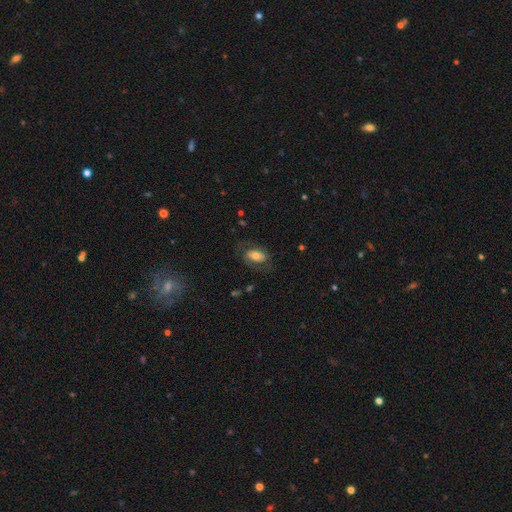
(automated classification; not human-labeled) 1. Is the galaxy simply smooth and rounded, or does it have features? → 57% smooth, 35% featured or disk, 8% star or artifact.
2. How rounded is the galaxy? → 88% in between, 10% round, 2% cigar-shaped.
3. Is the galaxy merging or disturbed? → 65% none, 18% minor disturbance, 16% major disturbance, 1% merger.